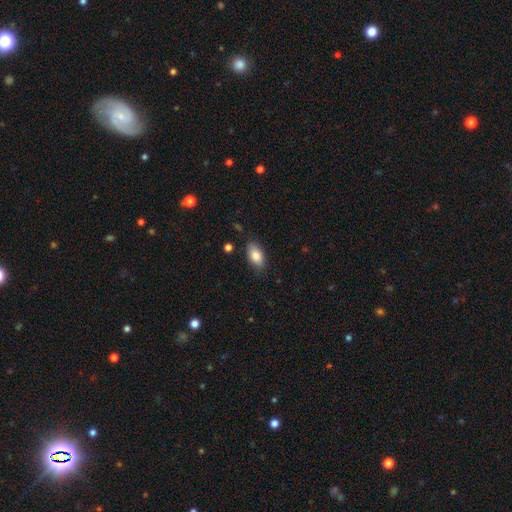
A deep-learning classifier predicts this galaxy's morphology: smooth-or-featured: smooth: 84% | featured or disk: 9% | star or artifact: 7%
  how-rounded: in between: 91% | cigar-shaped: 5% | round: 4%
  merging: none: 82% | minor disturbance: 14% | major disturbance: 3% | merger: 2%